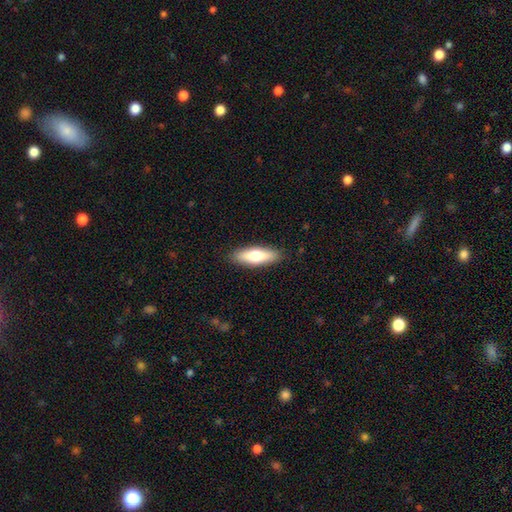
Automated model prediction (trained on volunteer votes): The model was most divided on "how rounded": in between: 53%, cigar-shaped: 45%, round: 2%. More confident: merging — none (89%); smooth or featured — smooth (67%).